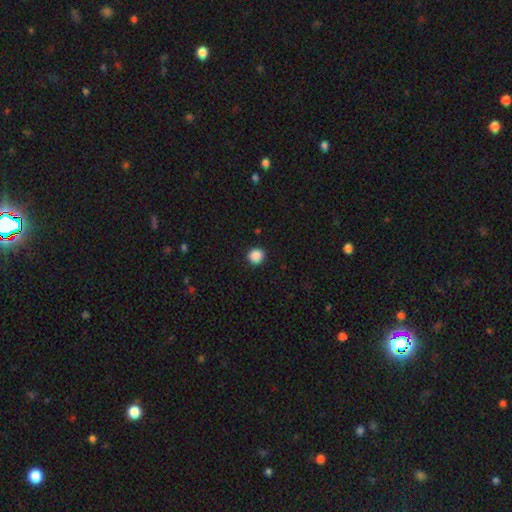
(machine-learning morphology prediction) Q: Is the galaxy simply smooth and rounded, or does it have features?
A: smooth — 88%.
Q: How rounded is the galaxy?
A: round — 93%.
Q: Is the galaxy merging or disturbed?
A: none — 92%.